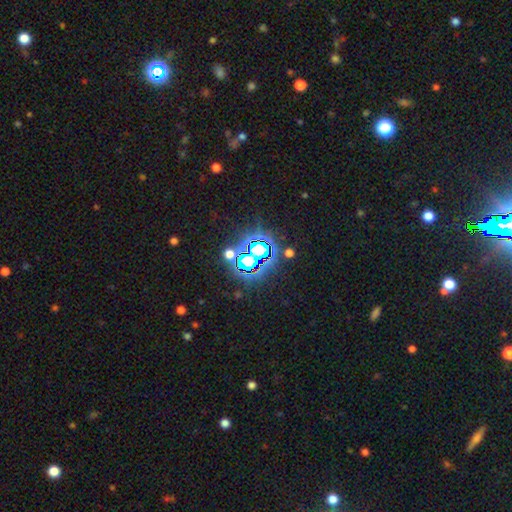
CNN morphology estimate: This is clearly a star or artifact rather than a galaxy (81%).